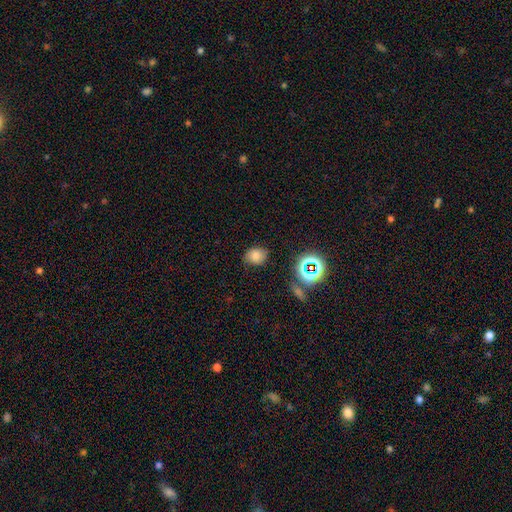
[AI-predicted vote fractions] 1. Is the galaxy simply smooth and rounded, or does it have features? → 73% smooth, 18% star or artifact, 10% featured or disk.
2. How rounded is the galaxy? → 54% round, 45% in between, 1% cigar-shaped.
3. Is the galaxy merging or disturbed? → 78% none, 16% minor disturbance, 4% major disturbance, 2% merger.